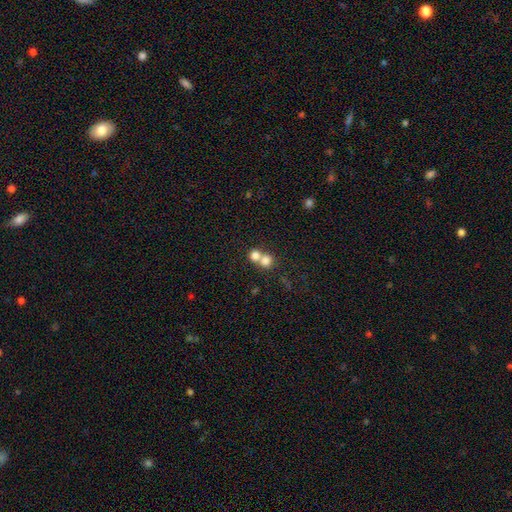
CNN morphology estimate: Smooth or featured?
  - smooth: 78% *
  - featured or disk: 12%
  - star or artifact: 11%
How rounded?
  - round: 81% *
  - in between: 18%
  - cigar-shaped: 1%
Merging?
  - merger: 62% *
  - none: 32%
  - minor disturbance: 4%
  - major disturbance: 3%